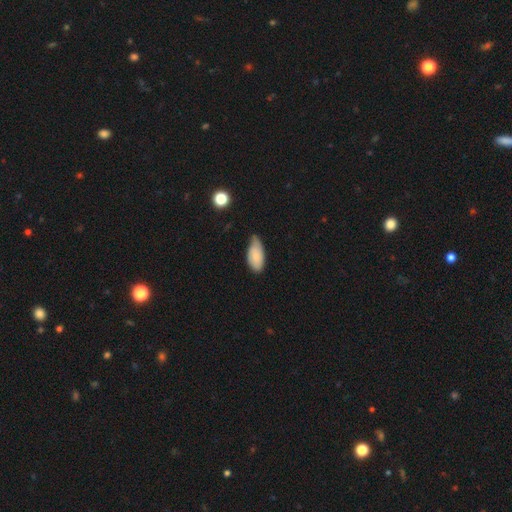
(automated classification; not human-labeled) This appears to be a smooth galaxy with no disk features (80%) that is in between round and cigar-shaped (92%). Merging: minor disturbance (46%).